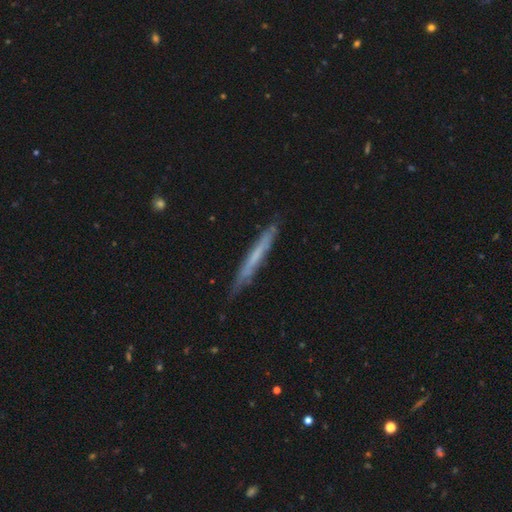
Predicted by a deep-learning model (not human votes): featured or disk 47%, smooth 46%, star or artifact 7%. Down the decision tree: merging — none (80%).